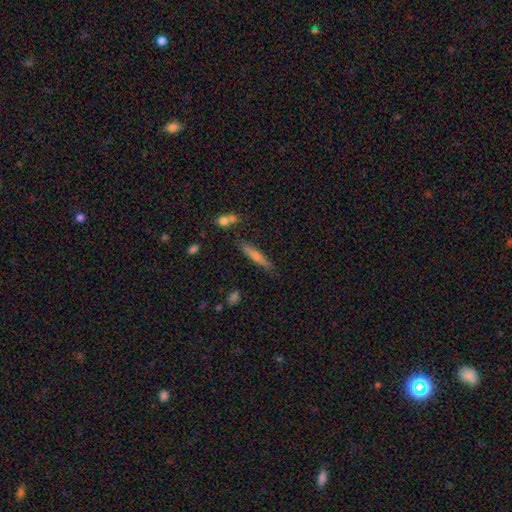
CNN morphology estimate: Overall: smooth (54%; featured or disk 39%). How rounded: cigar-shaped (90%). Merging: none (79%).